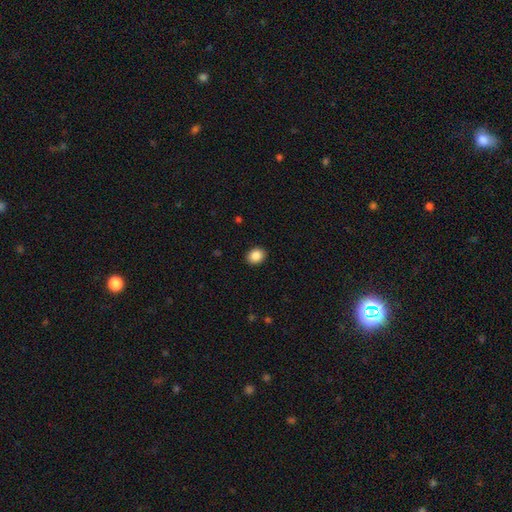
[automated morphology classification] smooth-or-featured: smooth: 88% | star or artifact: 8% | featured or disk: 4%
  how-rounded: round: 52% | in between: 47% | cigar-shaped: 1%
  merging: none: 91% | minor disturbance: 6% | major disturbance: 2% | merger: 1%